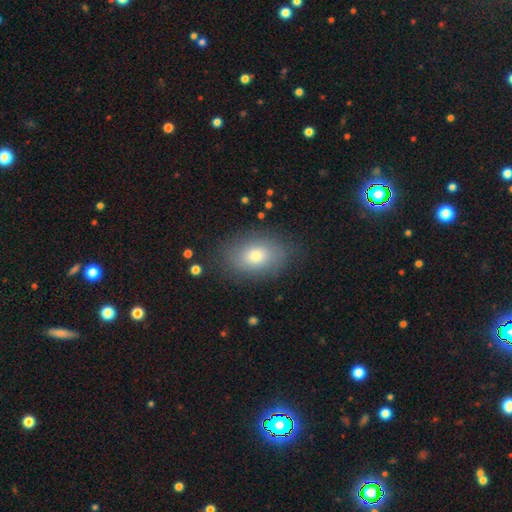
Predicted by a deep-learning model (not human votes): Overall: smooth (75%). How rounded: in between (82%). Merging: none (82%).